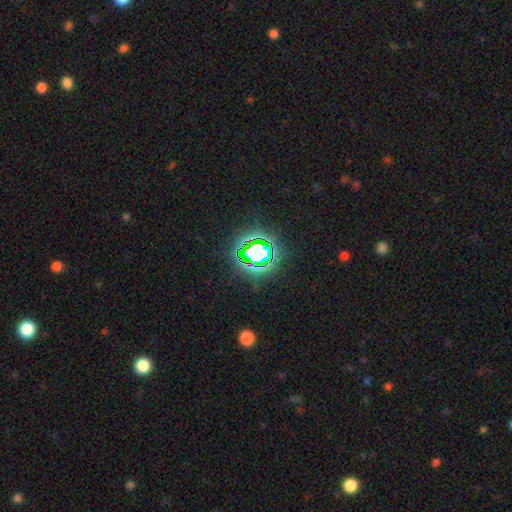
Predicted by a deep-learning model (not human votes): smooth-or-featured: star or artifact: 72% | smooth: 16% | featured or disk: 11%